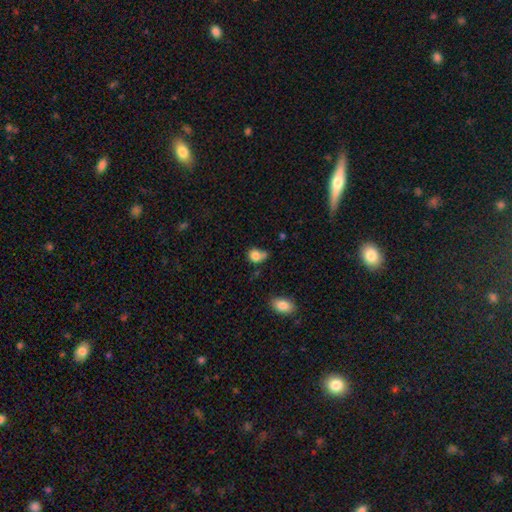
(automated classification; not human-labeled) This is clearly a smooth galaxy (82%). How rounded: likely round (67%). Merging: possibly none (46%).